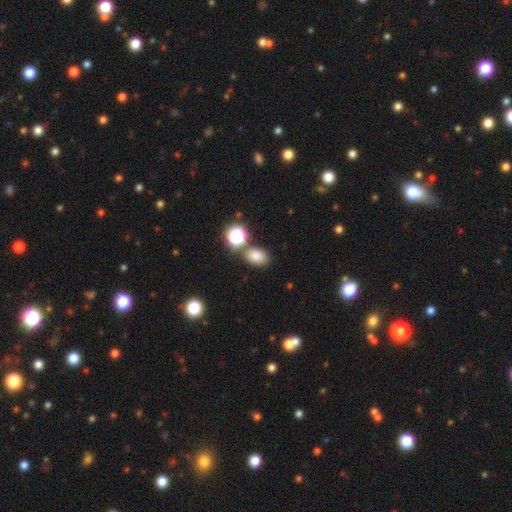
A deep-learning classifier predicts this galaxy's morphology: A smooth galaxy with no disk features (78%) that is in between round and cigar-shaped (71%).

Vote fractions:
- Smooth or featured? smooth: 78% / star or artifact: 15% / featured or disk: 7%
- How rounded? in between: 71% / round: 27% / cigar-shaped: 1%
- Merging? none: 73% / minor disturbance: 12% / merger: 12% / major disturbance: 4%